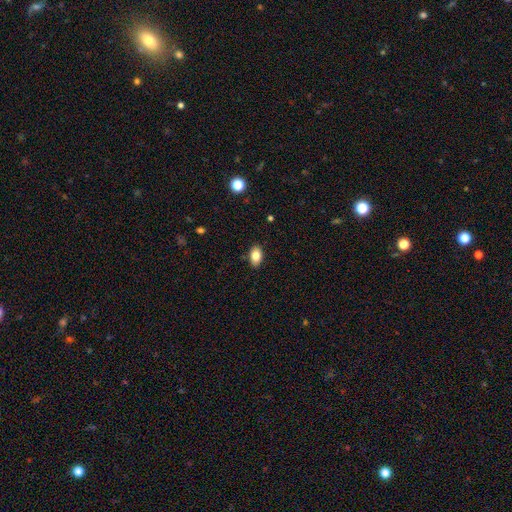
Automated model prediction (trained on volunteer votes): smooth-or-featured: smooth: 83% | featured or disk: 9% | star or artifact: 8%
  how-rounded: in between: 89% | round: 9% | cigar-shaped: 2%
  merging: none: 88% | minor disturbance: 9% | major disturbance: 2% | merger: 1%